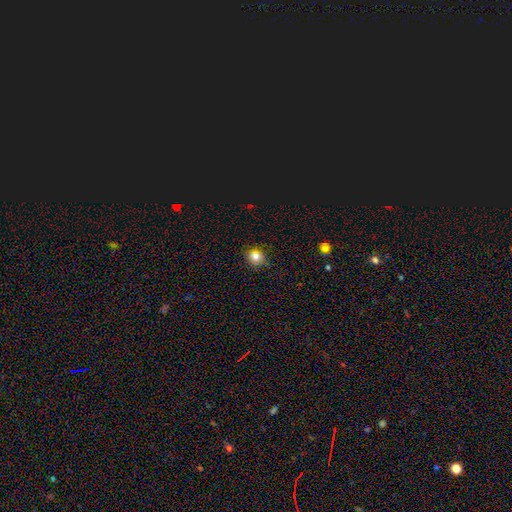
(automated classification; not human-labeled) Smooth or featured?
  - smooth: 79% *
  - star or artifact: 15%
  - featured or disk: 6%
How rounded?
  - round: 78% *
  - in between: 21%
  - cigar-shaped: 1%
Merging?
  - none: 85% *
  - minor disturbance: 11%
  - major disturbance: 2%
  - merger: 1%